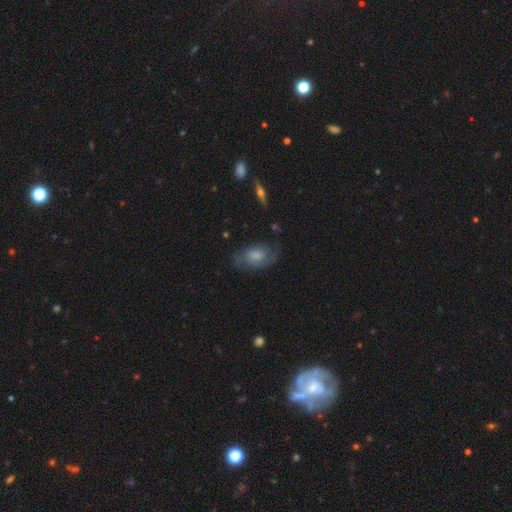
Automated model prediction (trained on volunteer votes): Smooth or featured? smooth (57%)
How rounded? in between (89%)
Merging? none (61%)